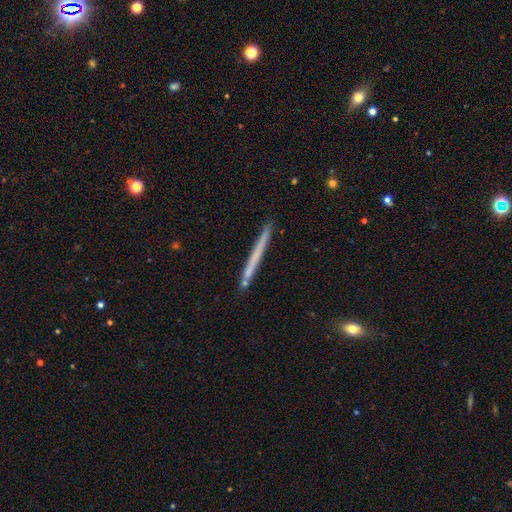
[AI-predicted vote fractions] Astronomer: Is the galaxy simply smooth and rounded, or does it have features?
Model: smooth — 52% (runner-up: featured or disk, 42%).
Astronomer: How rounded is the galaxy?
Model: cigar-shaped — 97%.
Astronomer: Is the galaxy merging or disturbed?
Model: none — 88%.